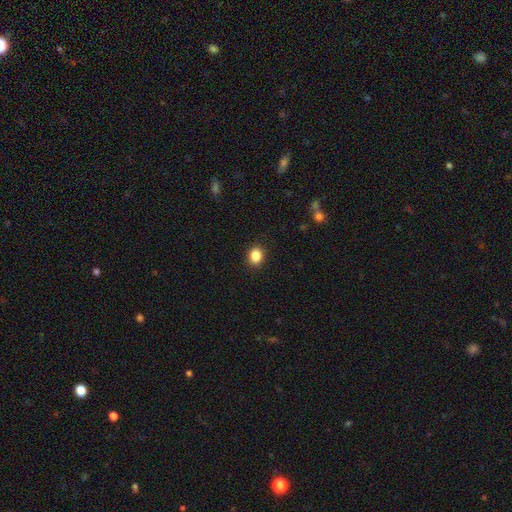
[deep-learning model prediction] Smooth or featured? Predicted: smooth (p=0.86). How rounded? Predicted: round (p=0.51). Merging? Predicted: none (p=0.91).